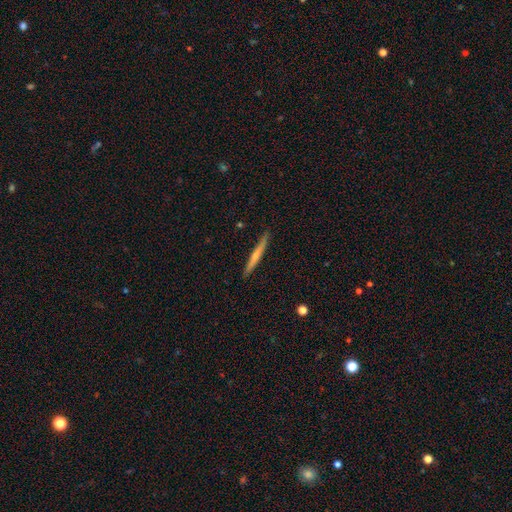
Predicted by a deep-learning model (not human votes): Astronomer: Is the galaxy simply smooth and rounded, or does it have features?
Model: smooth — 50% (runner-up: featured or disk, 44%).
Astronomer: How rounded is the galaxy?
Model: cigar-shaped — 96%.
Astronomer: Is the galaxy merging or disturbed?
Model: none — 89%.